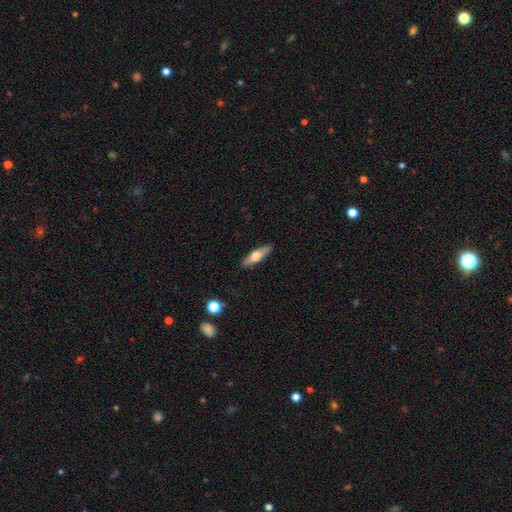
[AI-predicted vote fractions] smooth_or_featured: smooth (p=0.54) [alt: featured or disk p=0.39]
how_rounded: cigar-shaped (p=0.56) [alt: in between p=0.41]
merging: none (p=0.87) [alt: minor disturbance p=0.10]